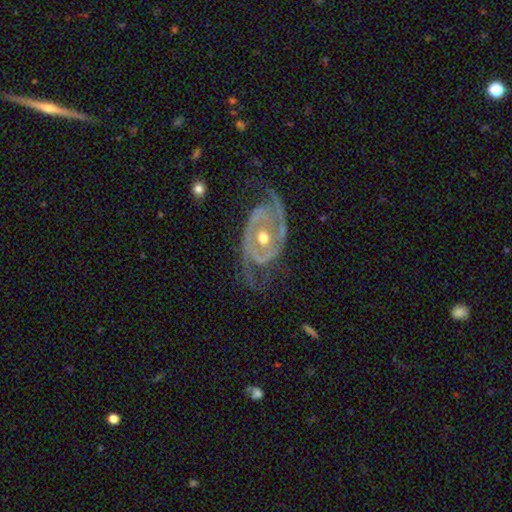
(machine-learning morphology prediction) Smooth or featured? featured or disk (90%)
Edge-on disk? no (96%)
Bar? no (70%)
Spiral arms? yes (95%)
Spiral winding? medium (42%)
Spiral arm count? 2 (79%)
Bulge size? moderate (71%)
Merging? none (64%)